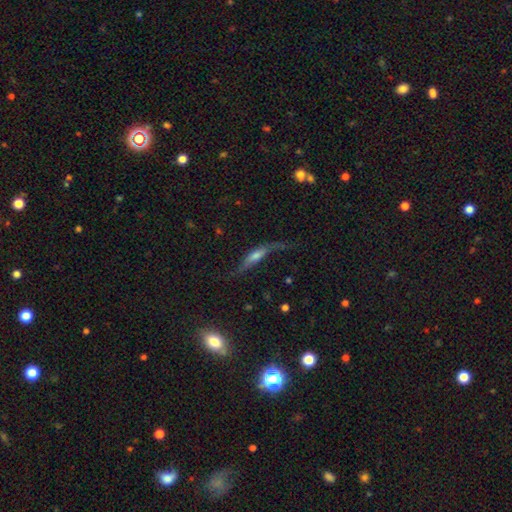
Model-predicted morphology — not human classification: Smooth or featured: featured or disk — 65% (smooth — 24%)
Edge-on disk: yes — 67% (no — 33%)
Merging: none — 49% (major disturbance — 24%)